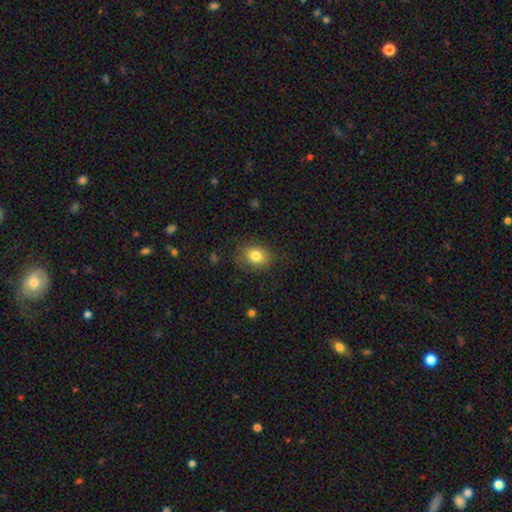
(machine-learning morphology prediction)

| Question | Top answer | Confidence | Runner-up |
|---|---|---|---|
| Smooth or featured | smooth | 80% | star or artifact (10%) |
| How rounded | in between | 59% | round (40%) |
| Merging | none | 79% | minor disturbance (15%) |